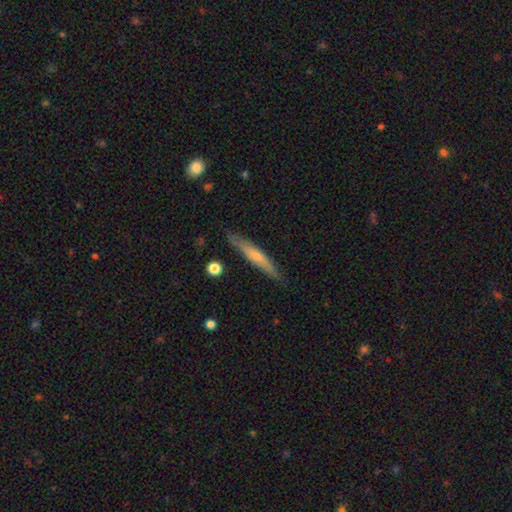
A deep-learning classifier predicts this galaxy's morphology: type=featured or disk (47%, tied with smooth); merging=none (84%).